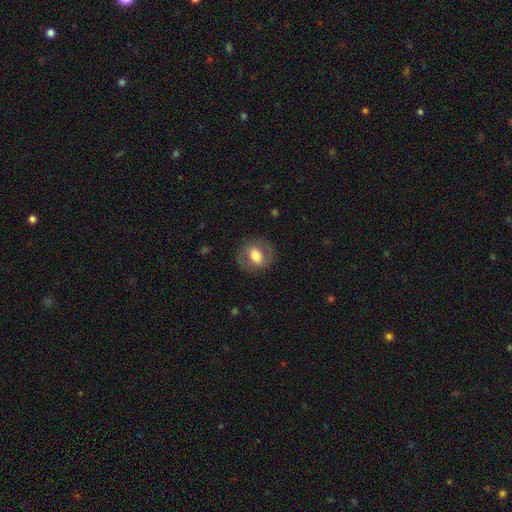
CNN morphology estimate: type=smooth (56%); roundness=round (65%); merging=none (81%).